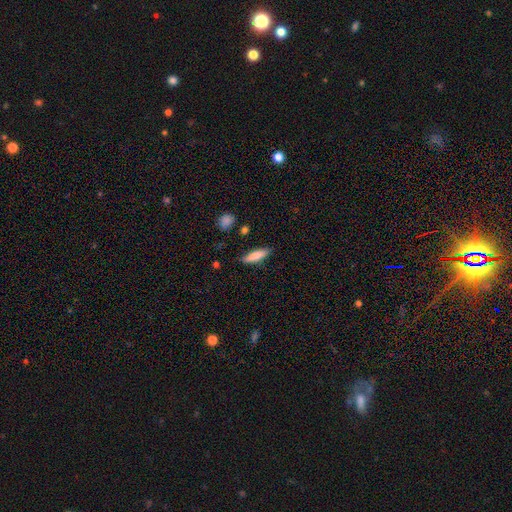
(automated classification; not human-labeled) smooth_or_featured: smooth (p=0.82) [alt: featured or disk p=0.12]
how_rounded: cigar-shaped (p=0.63) [alt: in between p=0.35]
merging: none (p=0.85) [alt: minor disturbance p=0.11]